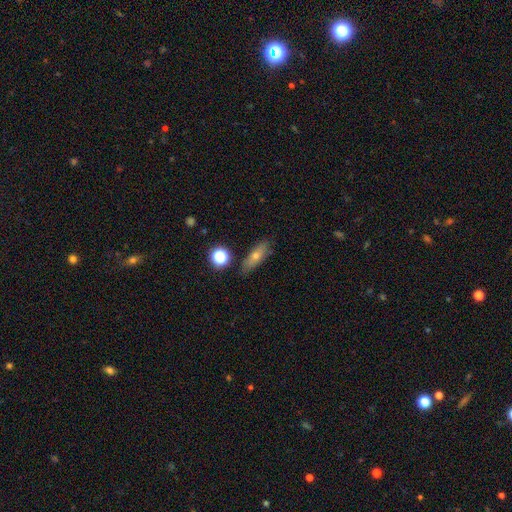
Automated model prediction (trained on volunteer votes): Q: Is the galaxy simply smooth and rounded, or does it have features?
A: smooth — 61%.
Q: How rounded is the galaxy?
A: in between — 48%.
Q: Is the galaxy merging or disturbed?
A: none — 82%.